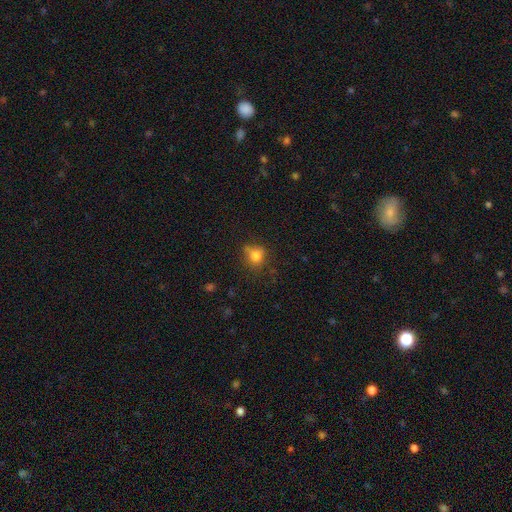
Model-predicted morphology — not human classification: Smooth or featured?
  - smooth: 75% *
  - star or artifact: 14%
  - featured or disk: 11%
How rounded?
  - round: 69% *
  - in between: 30%
  - cigar-shaped: 2%
Merging?
  - none: 60% *
  - minor disturbance: 25%
  - major disturbance: 10%
  - merger: 5%